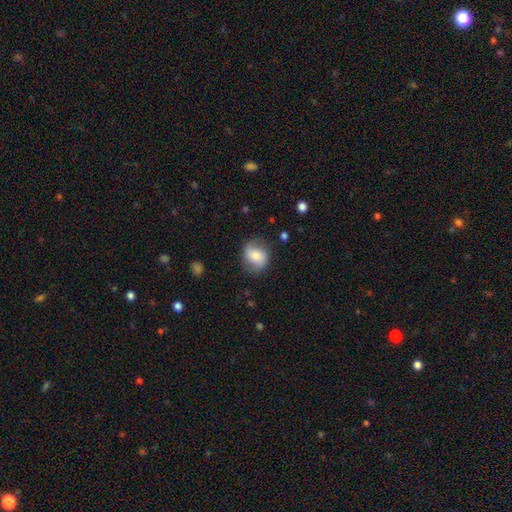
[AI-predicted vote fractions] Q: Smooth or featured?
A: smooth (62%); runner-up: featured or disk (30%)
Q: How rounded?
A: round (63%); runner-up: in between (35%)
Q: Merging?
A: none (74%); runner-up: minor disturbance (18%)